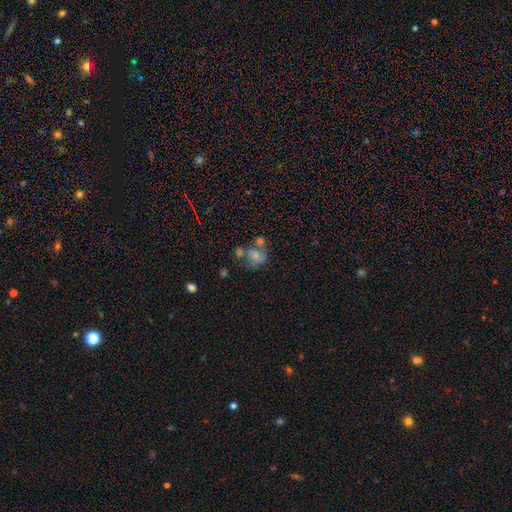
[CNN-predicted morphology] smooth-or-featured: smooth: 55% | featured or disk: 32% | star or artifact: 12%
  how-rounded: round: 54% | in between: 45% | cigar-shaped: 1%
  merging: merger: 40% | none: 30% | minor disturbance: 17% | major disturbance: 14%